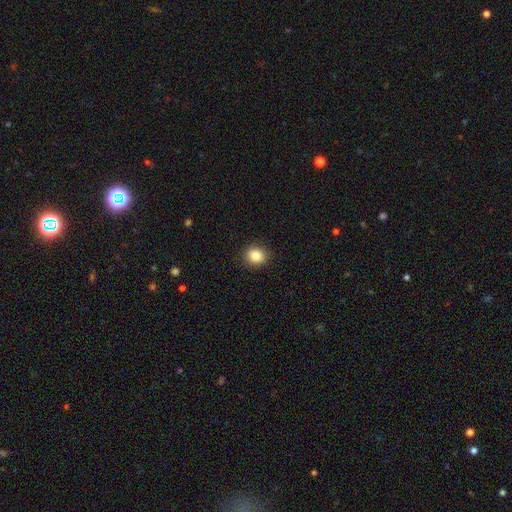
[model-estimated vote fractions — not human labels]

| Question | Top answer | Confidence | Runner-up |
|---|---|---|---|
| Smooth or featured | smooth | 86% | star or artifact (9%) |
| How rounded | round | 76% | in between (23%) |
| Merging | none | 90% | minor disturbance (7%) |